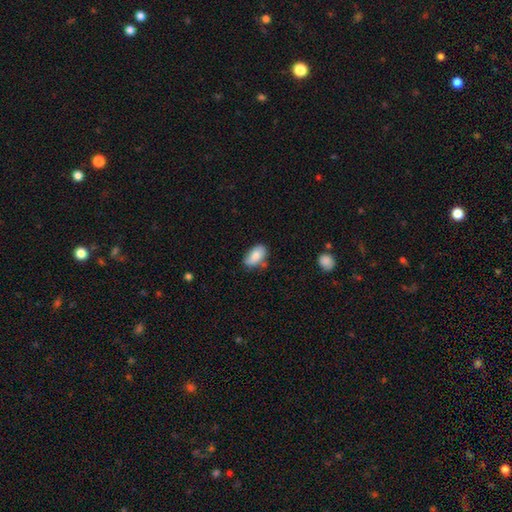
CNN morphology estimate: smooth-or-featured: smooth: 82% | featured or disk: 11% | star or artifact: 7%
  how-rounded: in between: 93% | round: 4% | cigar-shaped: 3%
  merging: none: 61% | minor disturbance: 28% | major disturbance: 6% | merger: 5%